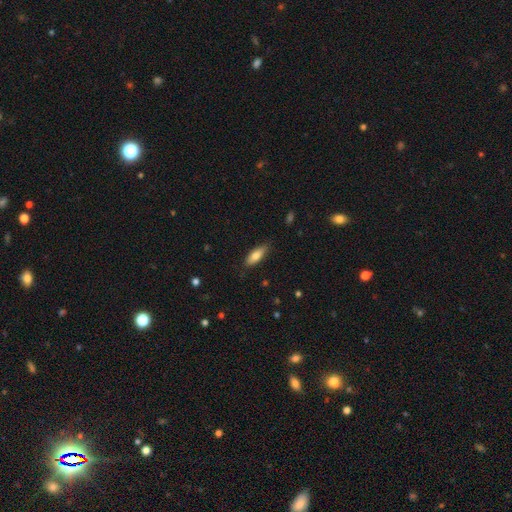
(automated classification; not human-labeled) The model was most divided on "how rounded": in between: 62%, cigar-shaped: 36%, round: 2%. More confident: merging — none (82%); smooth or featured — smooth (78%).